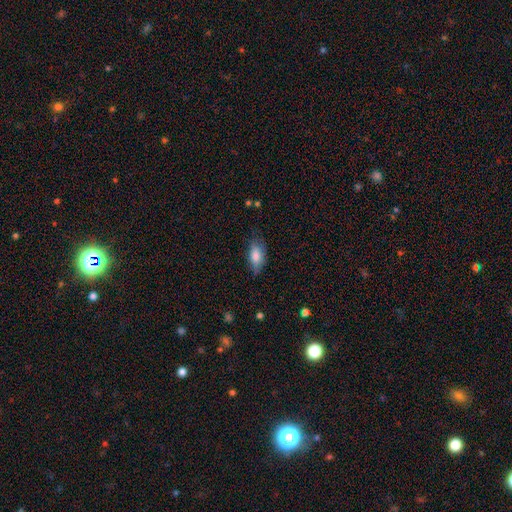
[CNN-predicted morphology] A smooth galaxy with no disk features (81%) that is in between round and cigar-shaped (85%).

Vote fractions:
- Smooth or featured? smooth: 81% / featured or disk: 12% / star or artifact: 7%
- How rounded? in between: 85% / cigar-shaped: 11% / round: 3%
- Merging? none: 67% / minor disturbance: 25% / major disturbance: 6% / merger: 1%